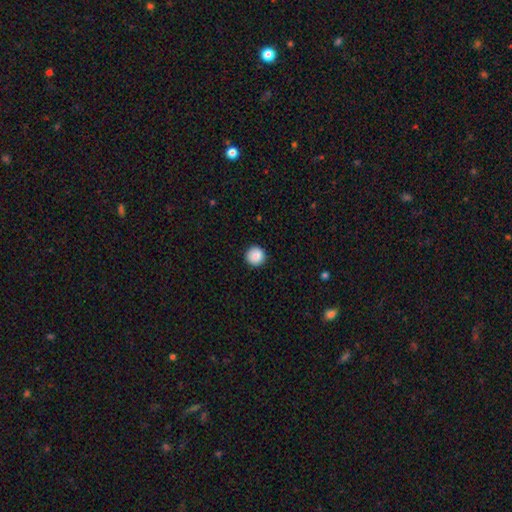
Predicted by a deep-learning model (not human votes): Smooth or featured? smooth (88%)
How rounded? round (95%)
Merging? none (91%)